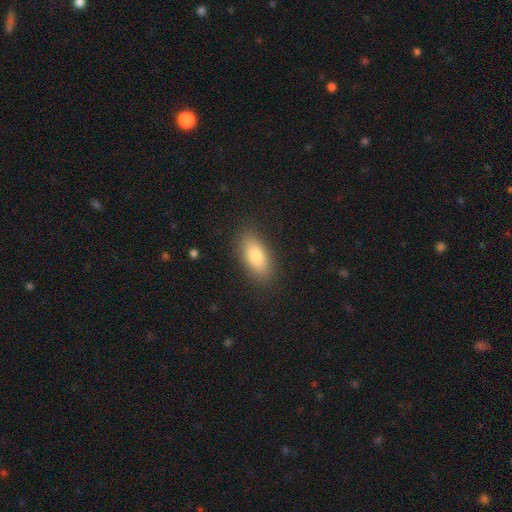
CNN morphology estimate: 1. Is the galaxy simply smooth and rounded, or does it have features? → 80% smooth, 12% featured or disk, 7% star or artifact.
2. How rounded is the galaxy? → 87% in between, 9% cigar-shaped, 4% round.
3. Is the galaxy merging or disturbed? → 87% none, 9% minor disturbance, 3% major disturbance, 1% merger.